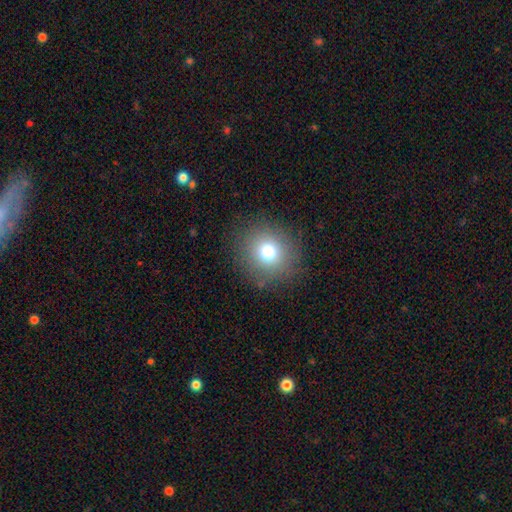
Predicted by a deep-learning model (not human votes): A smooth galaxy with no disk features (72%) that is round (88%).

Vote fractions:
- Smooth or featured? smooth: 72% / star or artifact: 18% / featured or disk: 10%
- How rounded? round: 88% / in between: 11% / cigar-shaped: 1%
- Merging? none: 90% / minor disturbance: 7% / major disturbance: 2% / merger: 1%